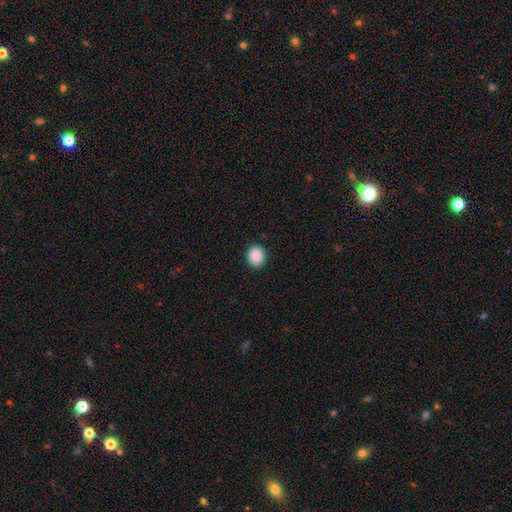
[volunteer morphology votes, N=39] A smooth galaxy with no disk features (92%) that is round (58%).

Vote fractions:
- Smooth or featured? smooth: 92% / star or artifact: 8% / featured or disk: 0%
- How rounded? round: 58% / in between: 42% / cigar-shaped: 0%
- Merging? none: 100% / minor disturbance: 0% / major disturbance: 0% / merger: 0%